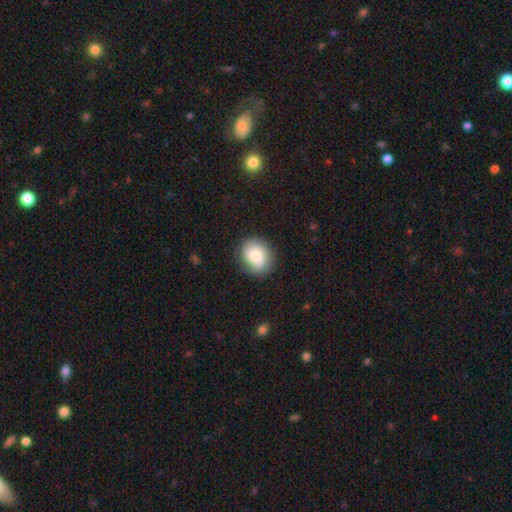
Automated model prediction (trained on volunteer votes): Overall: smooth (78%). How rounded: round (61%; in between 38%). Merging: none (79%).